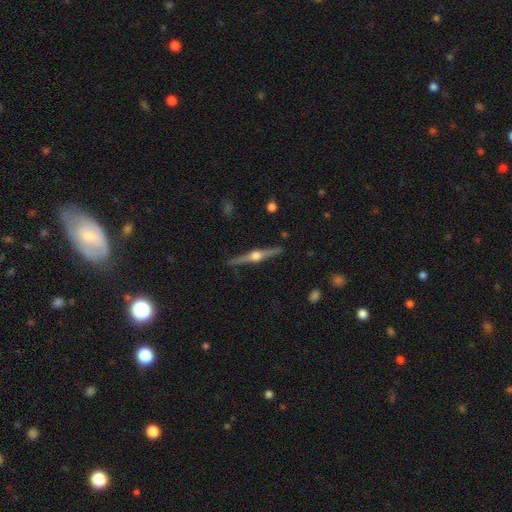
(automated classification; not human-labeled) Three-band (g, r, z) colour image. It shows a featured or disk galaxy (83%) viewed edge-on (98%) with a rounded central bulge (96%). Merging: none (91%).